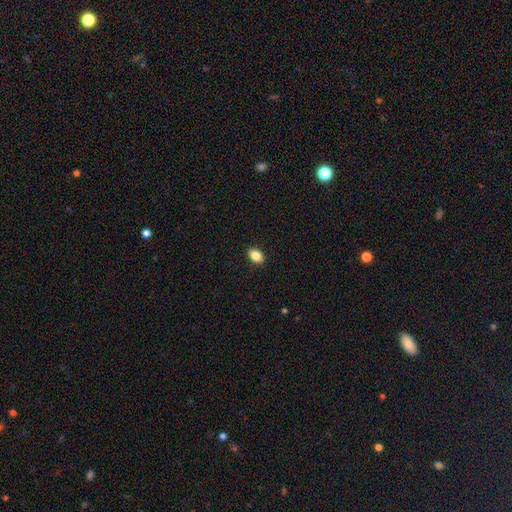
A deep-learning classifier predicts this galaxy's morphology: Smooth or featured? smooth (87%)
How rounded? in between (81%)
Merging? none (90%)